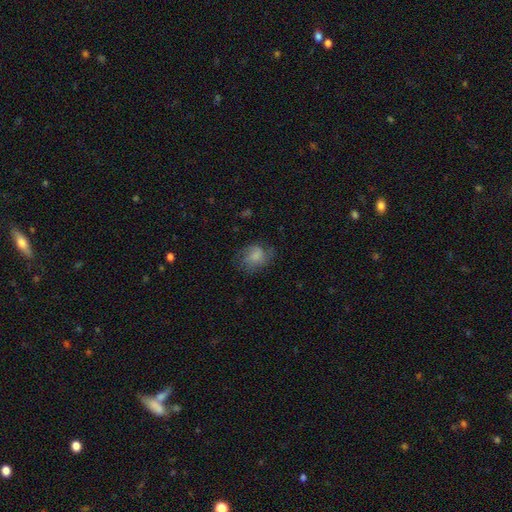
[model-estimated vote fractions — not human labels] A smooth galaxy with no disk features (62%) that is round (50%). Merging: none (58%).